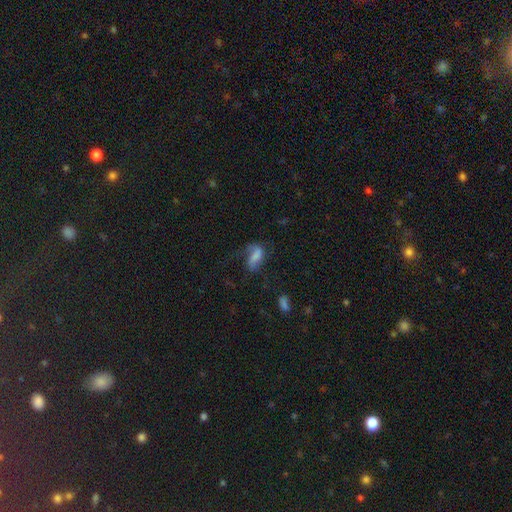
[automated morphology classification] A smooth galaxy with no disk features (49%). Merging: major disturbance (40%).